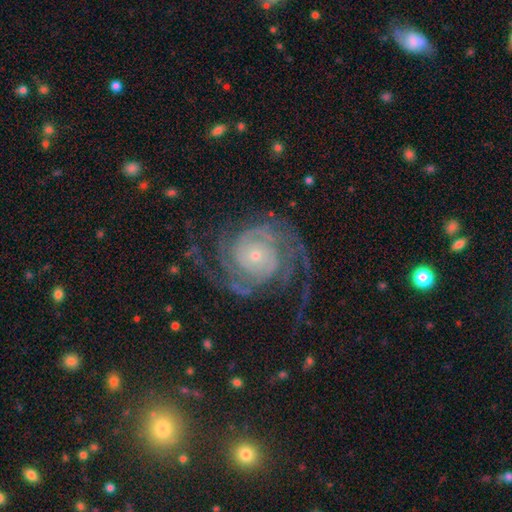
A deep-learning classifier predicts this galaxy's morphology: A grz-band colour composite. It shows a featured or disk galaxy (92%) with no bar (76%), 2 (43%) tight (65%) spiral arms (98%) and a small central bulge (74%). Merging: none (70%).